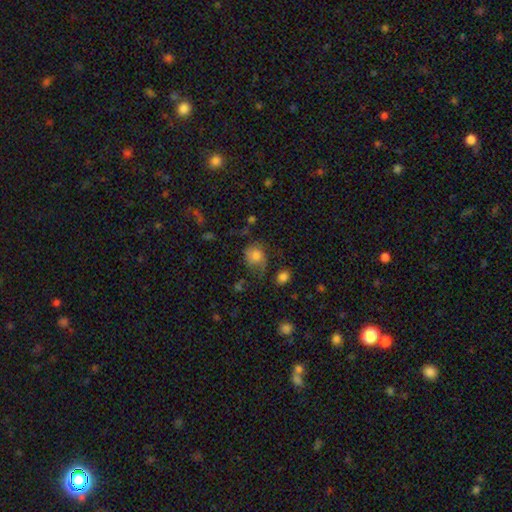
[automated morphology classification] This is likely a smooth galaxy (73%). How rounded: likely round (67%). Merging: possibly none (47%).